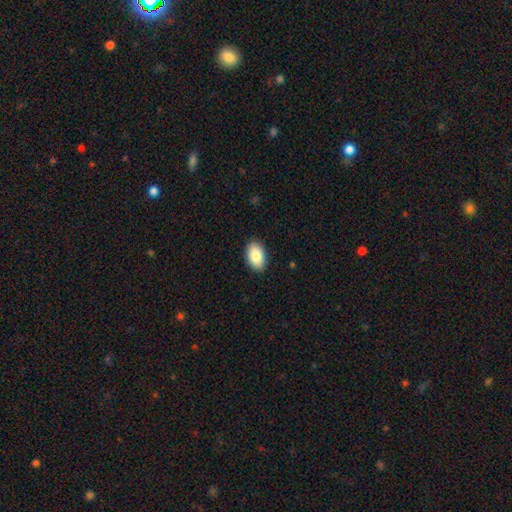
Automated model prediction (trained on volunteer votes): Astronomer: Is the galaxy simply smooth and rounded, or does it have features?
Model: smooth — 86%.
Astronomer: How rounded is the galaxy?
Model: in between — 93%.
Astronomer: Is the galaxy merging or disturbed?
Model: none — 89%.